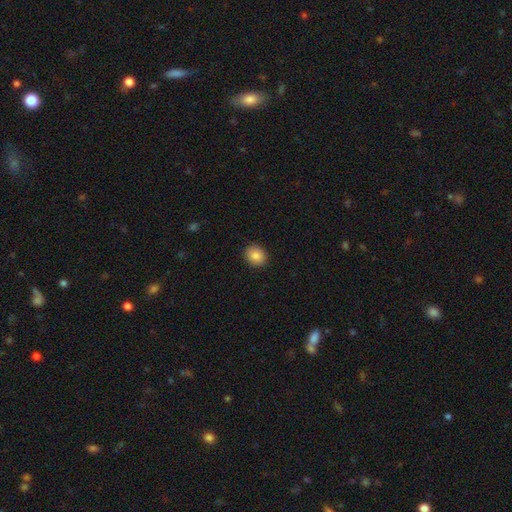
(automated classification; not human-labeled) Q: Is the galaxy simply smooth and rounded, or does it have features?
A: smooth — 87%.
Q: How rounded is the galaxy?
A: round — 65%.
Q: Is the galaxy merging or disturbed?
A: none — 90%.